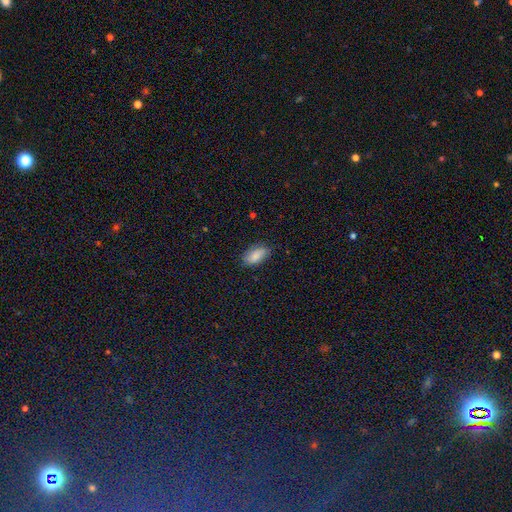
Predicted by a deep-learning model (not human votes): smooth 83%, featured or disk 10%, star or artifact 7%. Down the decision tree: how rounded — in between (92%); merging — none (78%).